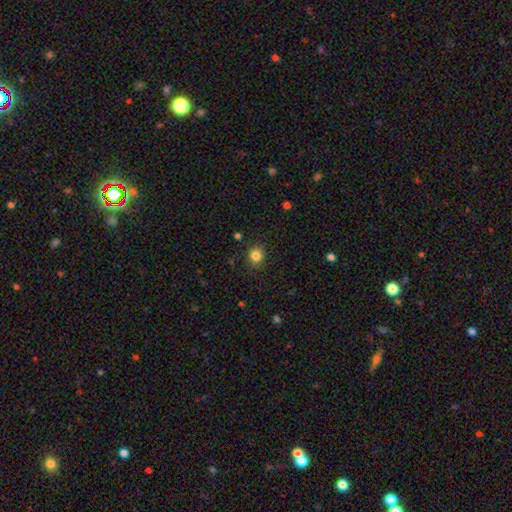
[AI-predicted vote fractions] This appears to be a smooth galaxy with no disk features (83%) that is round (77%). Merging: none (87%).